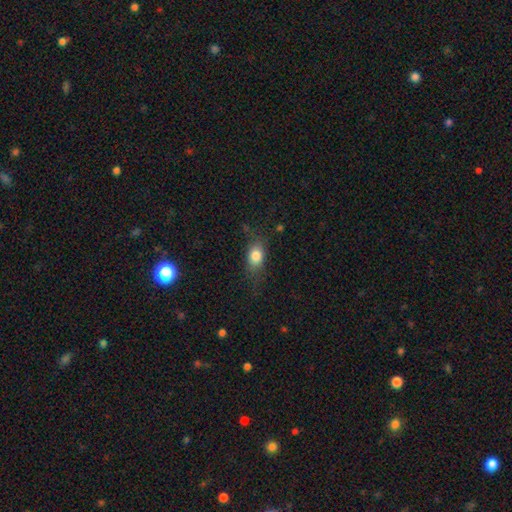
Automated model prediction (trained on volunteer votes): smooth_or_featured: smooth (p=0.80) [alt: featured or disk p=0.11]
how_rounded: in between (p=0.71) [alt: round p=0.24]
merging: none (p=0.68) [alt: minor disturbance p=0.21]